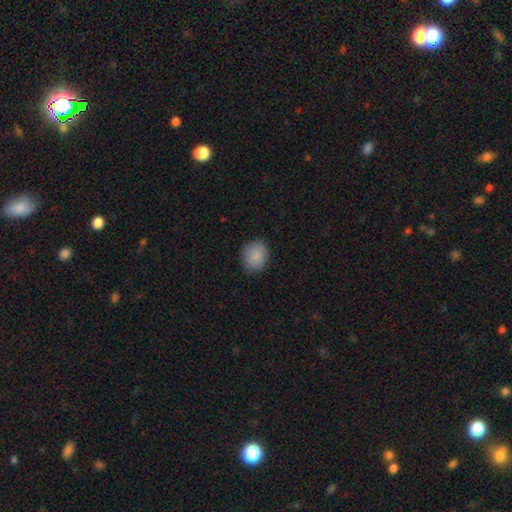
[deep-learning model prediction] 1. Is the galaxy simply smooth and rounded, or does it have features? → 88% smooth, 7% star or artifact, 5% featured or disk.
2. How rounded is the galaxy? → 63% round, 36% in between, 1% cigar-shaped.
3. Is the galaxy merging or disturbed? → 85% none, 11% minor disturbance, 3% major disturbance, 1% merger.